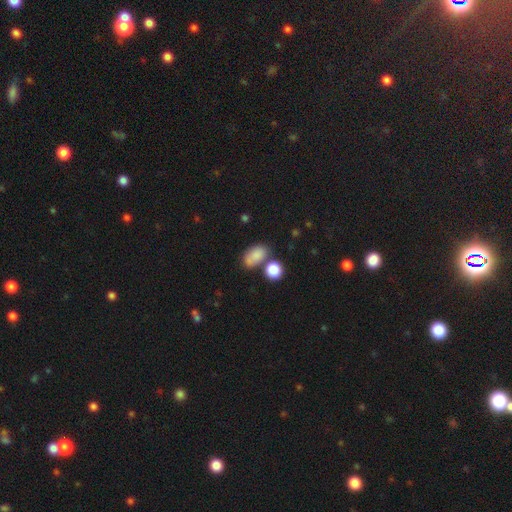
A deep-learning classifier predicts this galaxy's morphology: type=smooth (82%); roundness=in between (84%); merging=none (51%).